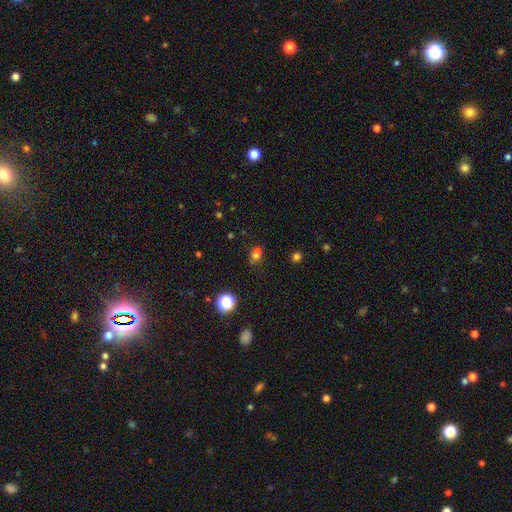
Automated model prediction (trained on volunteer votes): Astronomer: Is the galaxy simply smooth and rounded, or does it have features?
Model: smooth — 62%.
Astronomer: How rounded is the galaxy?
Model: round — 68%.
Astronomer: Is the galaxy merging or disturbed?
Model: merger — 45% (runner-up: none, 42%).